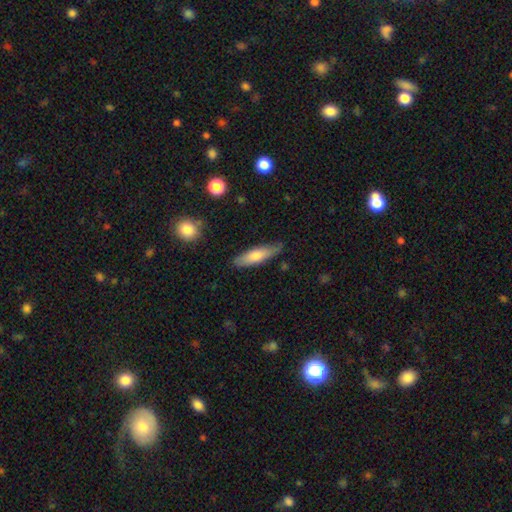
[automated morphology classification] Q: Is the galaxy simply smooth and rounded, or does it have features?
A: smooth — 66%.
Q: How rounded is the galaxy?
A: cigar-shaped — 65%.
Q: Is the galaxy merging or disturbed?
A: none — 80%.